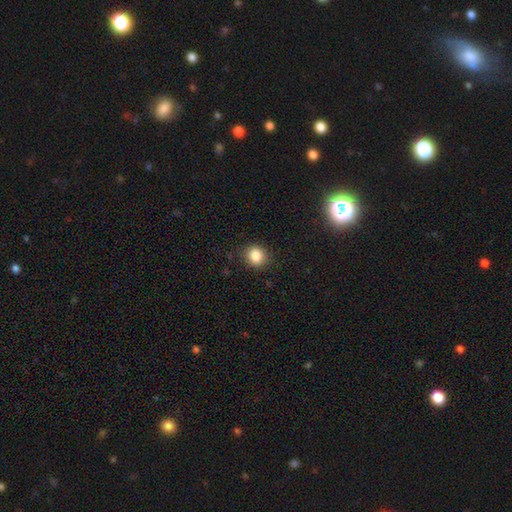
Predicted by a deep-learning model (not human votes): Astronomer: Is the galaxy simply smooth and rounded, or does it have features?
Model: smooth — 85%.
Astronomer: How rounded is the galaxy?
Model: round — 80%.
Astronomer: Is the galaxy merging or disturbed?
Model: none — 88%.